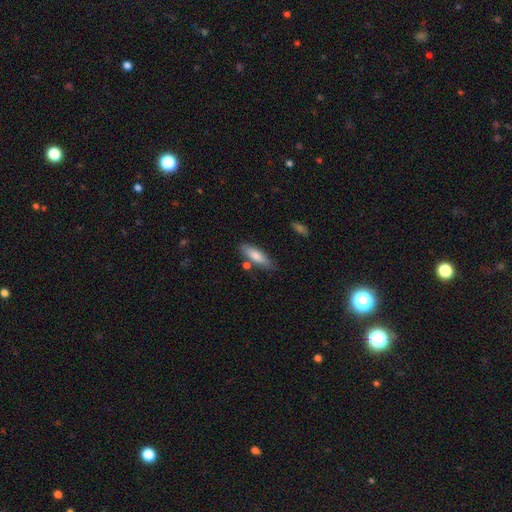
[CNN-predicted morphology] The model was most divided on "how rounded": cigar-shaped: 52%, in between: 46%, round: 2%. More confident: smooth or featured — smooth (77%); merging — none (74%).